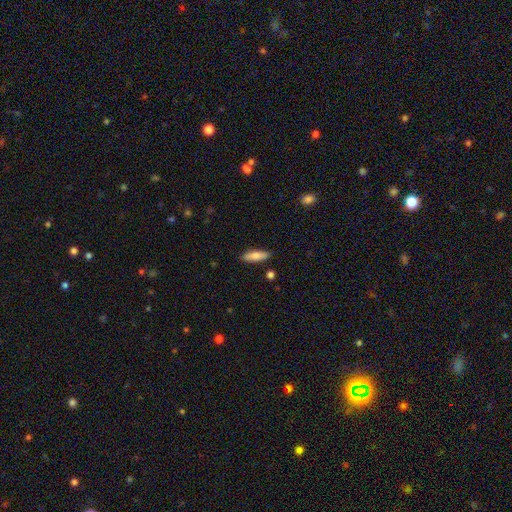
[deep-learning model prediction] smooth-or-featured: smooth: 77% | featured or disk: 17% | star or artifact: 6%
  how-rounded: cigar-shaped: 57% | in between: 41% | round: 2%
  merging: none: 88% | minor disturbance: 9% | merger: 2% | major disturbance: 2%